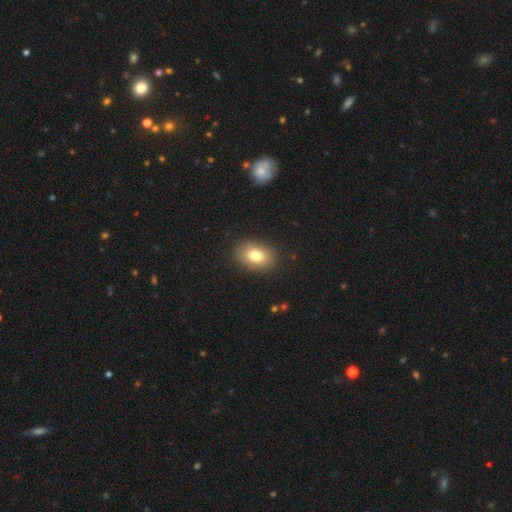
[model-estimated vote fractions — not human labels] A smooth galaxy with no disk features (80%) that is in between round and cigar-shaped (76%). Merging: none (88%).